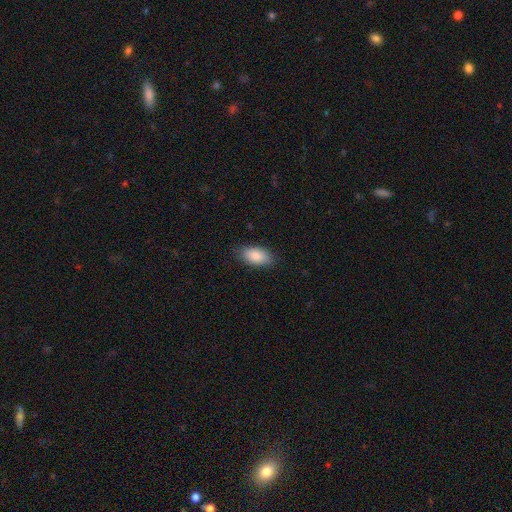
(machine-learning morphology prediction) smooth-or-featured: smooth: 87% | star or artifact: 7% | featured or disk: 7%
  how-rounded: in between: 93% | cigar-shaped: 4% | round: 4%
  merging: none: 86% | minor disturbance: 11% | major disturbance: 2% | merger: 1%